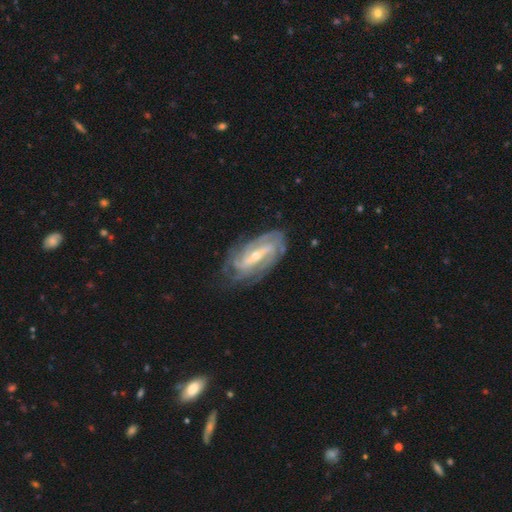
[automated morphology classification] Q: Smooth or featured?
A: featured or disk (89%); runner-up: smooth (6%)
Q: Edge-on disk?
A: no (93%); runner-up: yes (7%)
Q: Bar?
A: strong (53%); runner-up: weak (33%)
Q: Spiral arms?
A: yes (96%); runner-up: no (4%)
Q: Spiral winding?
A: tight (57%); runner-up: medium (33%)
Q: Spiral arm count?
A: 2 (31%); runner-up: can't tell (23%)
Q: Bulge size?
A: small (59%); runner-up: moderate (38%)
Q: Merging?
A: none (75%); runner-up: minor disturbance (18%)